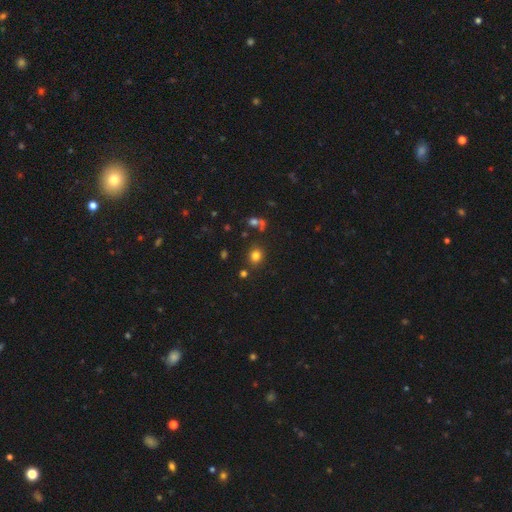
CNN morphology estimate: smooth_or_featured: smooth (p=0.78) [alt: star or artifact p=0.15]
how_rounded: round (p=0.72) [alt: in between p=0.28]
merging: none (p=0.82) [alt: minor disturbance p=0.09]